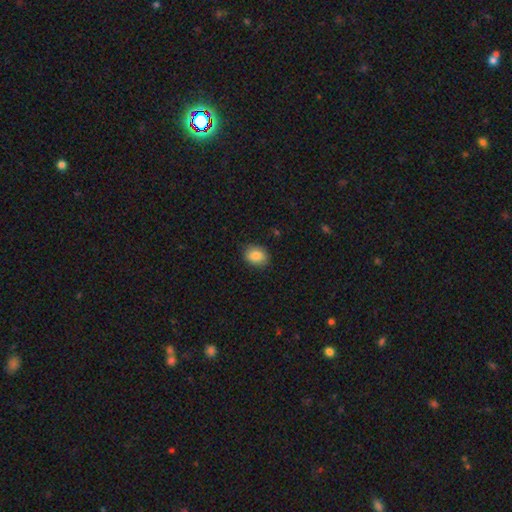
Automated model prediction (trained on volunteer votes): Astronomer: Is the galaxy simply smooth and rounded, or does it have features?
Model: smooth — 86%.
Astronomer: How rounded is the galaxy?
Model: in between — 65%.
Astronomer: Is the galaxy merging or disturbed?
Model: none — 85%.